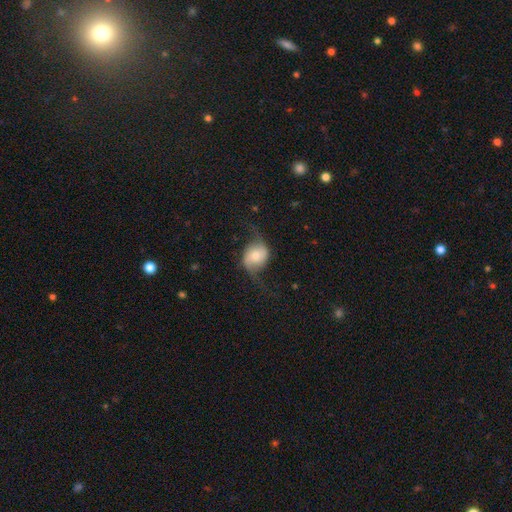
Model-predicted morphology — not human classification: Q: Smooth or featured?
A: featured or disk (65%); runner-up: smooth (28%)
Q: Edge-on disk?
A: no (95%); runner-up: yes (5%)
Q: Bar?
A: no (63%); runner-up: weak (27%)
Q: Spiral arms?
A: yes (91%); runner-up: no (9%)
Q: Spiral winding?
A: loose (81%); runner-up: medium (15%)
Q: Spiral arm count?
A: 2 (92%); runner-up: can't tell (3%)
Q: Bulge size?
A: moderate (38%); runner-up: small (37%)
Q: Merging?
A: none (61%); runner-up: minor disturbance (21%)